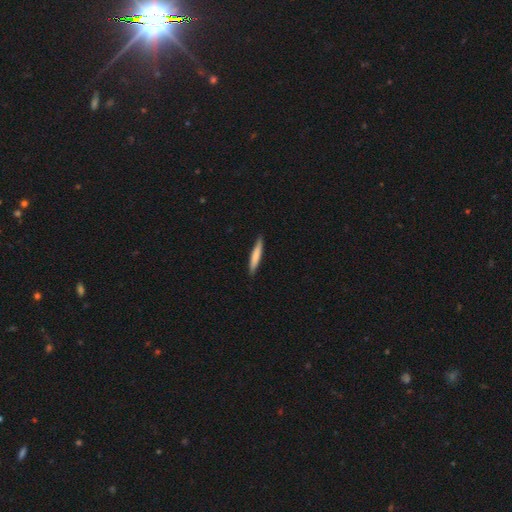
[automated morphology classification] type=smooth (75%); roundness=cigar-shaped (94%); merging=none (89%).